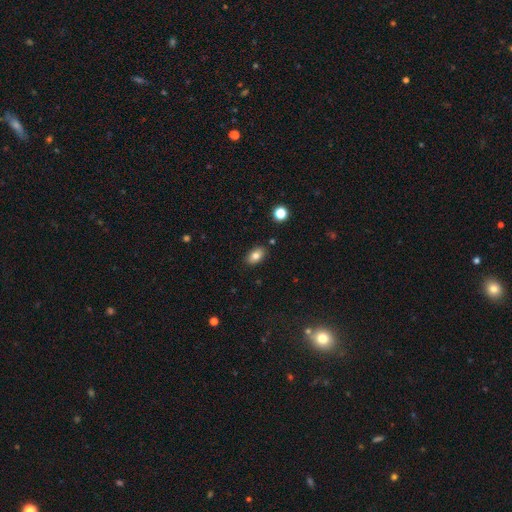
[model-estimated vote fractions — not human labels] Smooth or featured: smooth — 81% (featured or disk — 10%)
How rounded: in between — 90% (round — 8%)
Merging: none — 85% (minor disturbance — 10%)